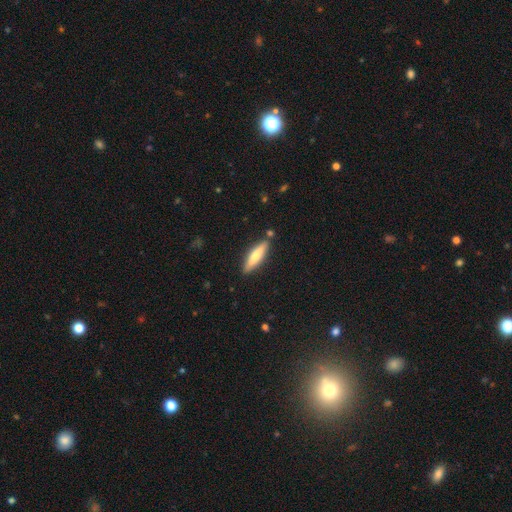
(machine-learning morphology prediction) The model was most divided on "smooth or featured": smooth: 59%, featured or disk: 35%, star or artifact: 6%. More confident: merging — none (85%); how rounded — cigar-shaped (75%).